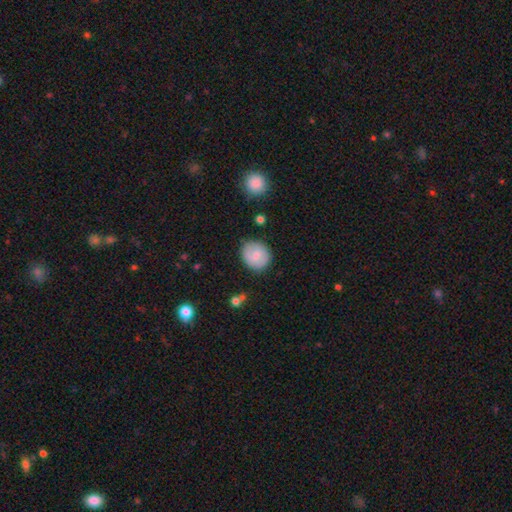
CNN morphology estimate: Overall: smooth (67%). How rounded: round (71%). Merging: none (80%).